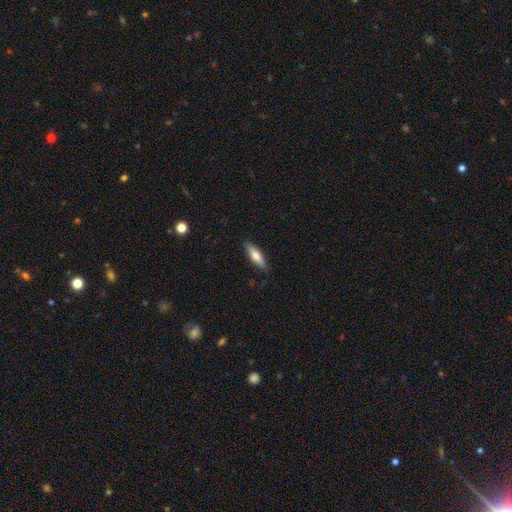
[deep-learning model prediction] smooth 65%, featured or disk 29%, star or artifact 6%. Down the decision tree: how rounded — cigar-shaped (64%); merging — none (86%).